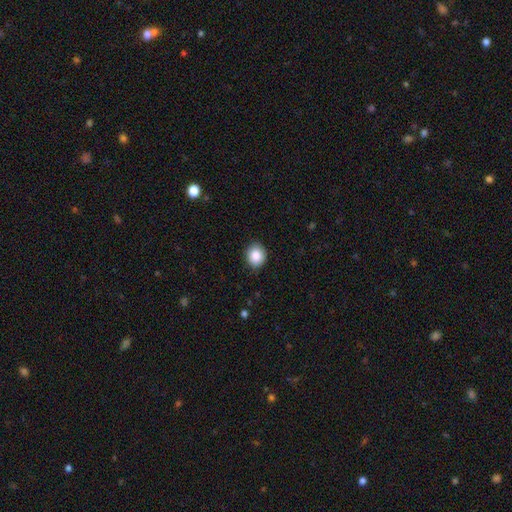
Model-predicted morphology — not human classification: Smooth or featured: smooth — 86% (star or artifact — 8%)
How rounded: round — 71% (in between — 28%)
Merging: none — 87% (minor disturbance — 10%)